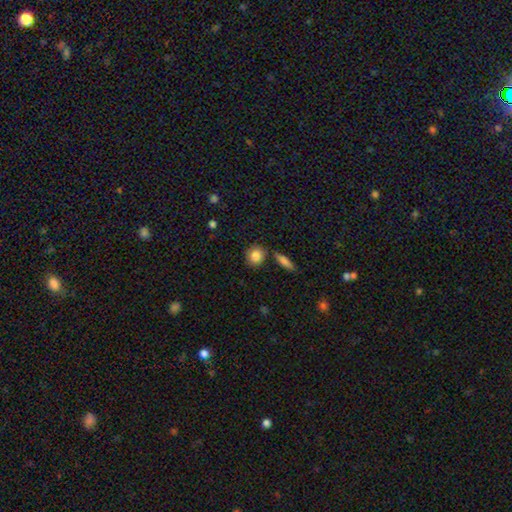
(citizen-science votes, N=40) Overall: smooth (82%). How rounded: round (91%). Merging: none (77%).